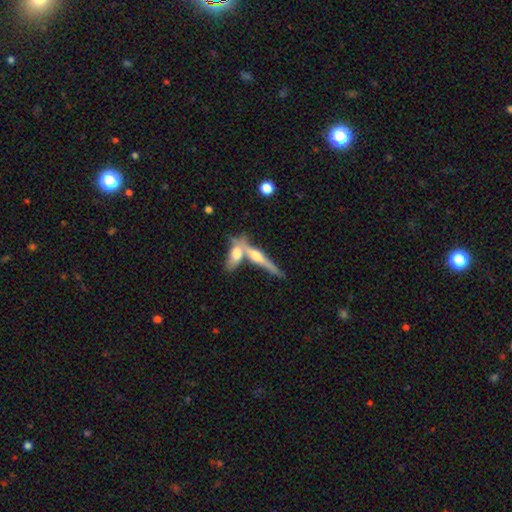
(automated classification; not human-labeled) Smooth or featured? featured or disk (60%)
Edge-on disk? yes (91%)
Edge-on bulge? rounded (87%)
Merging? none (43%)